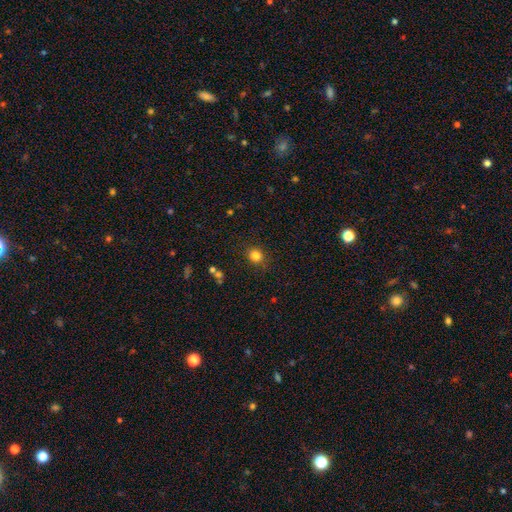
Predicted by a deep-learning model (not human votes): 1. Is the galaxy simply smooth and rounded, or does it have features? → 82% smooth, 13% star or artifact, 5% featured or disk.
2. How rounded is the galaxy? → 77% round, 22% in between, 1% cigar-shaped.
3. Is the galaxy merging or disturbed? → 85% none, 10% minor disturbance, 3% major disturbance, 2% merger.